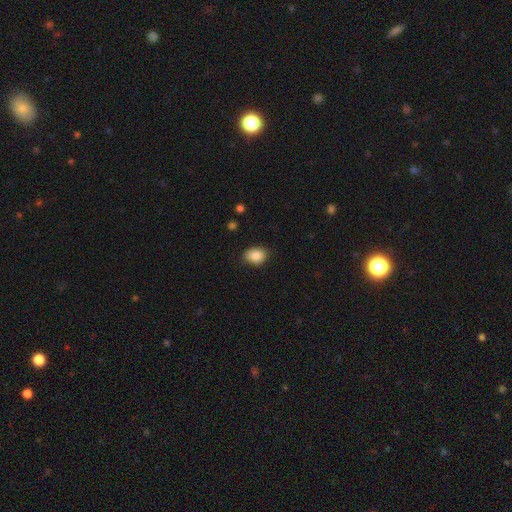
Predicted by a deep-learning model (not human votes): A smooth galaxy with no disk features (87%) that is in between round and cigar-shaped (66%).

Vote fractions:
- Smooth or featured? smooth: 87% / star or artifact: 8% / featured or disk: 5%
- How rounded? in between: 66% / round: 33% / cigar-shaped: 1%
- Merging? none: 78% / minor disturbance: 18% / major disturbance: 3% / merger: 1%